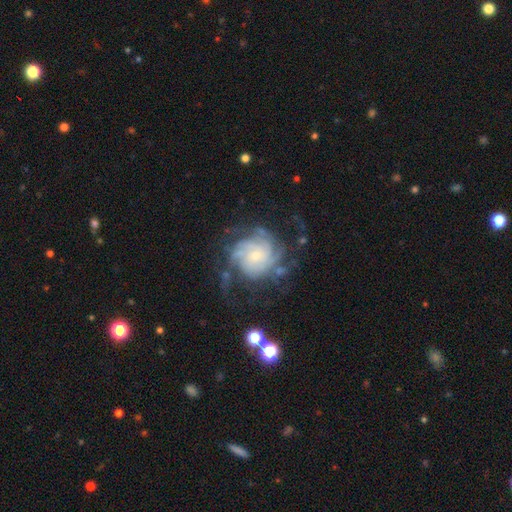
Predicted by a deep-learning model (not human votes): The model was most divided on "spiral arm count": can't tell: 30%, 4: 28%, 3: 15%, more than 4: 13%, 2: 9%, 1: 6%. More confident: edge-on disk — no (98%); spiral arms — yes (95%); smooth or featured — featured or disk (83%); bar — no (74%); bulge size — small (69%); spiral winding — tight (63%); merging — none (60%).